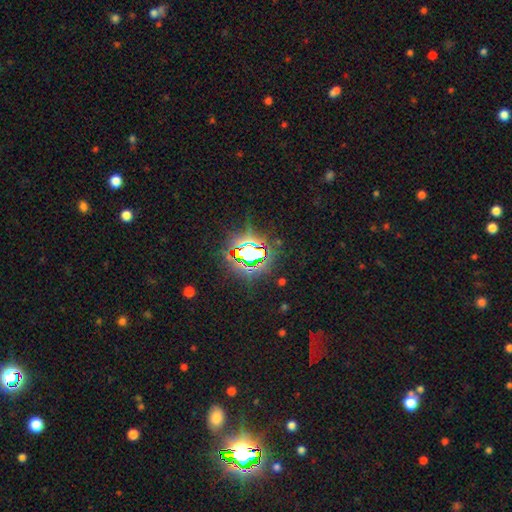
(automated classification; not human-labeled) Smooth or featured: star or artifact — 79% (smooth — 11%)